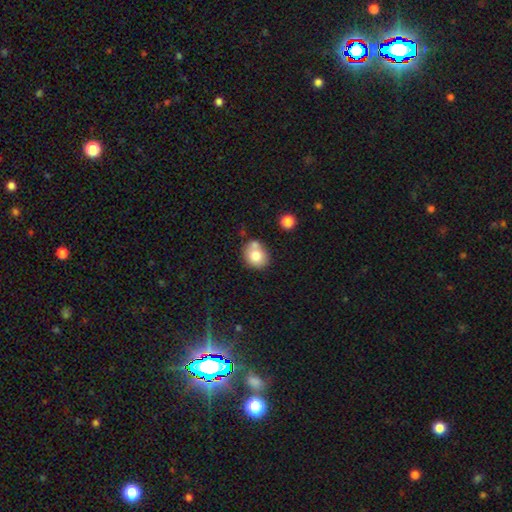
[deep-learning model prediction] A smooth galaxy with no disk features (77%) that is round (67%). Merging: none (58%).